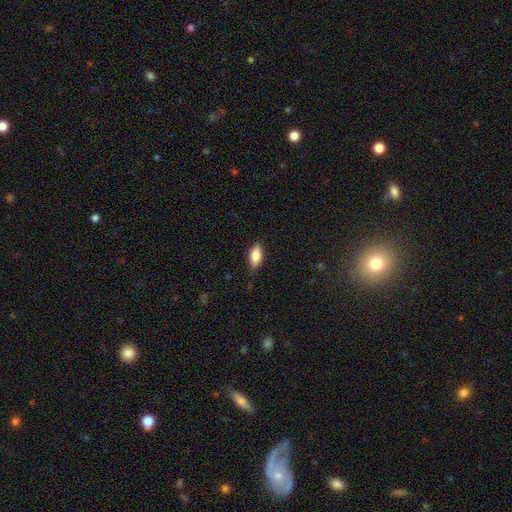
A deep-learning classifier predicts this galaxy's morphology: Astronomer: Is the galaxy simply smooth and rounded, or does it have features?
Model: smooth — 77%.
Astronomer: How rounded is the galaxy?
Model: in between — 83%.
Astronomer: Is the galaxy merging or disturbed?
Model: none — 83%.